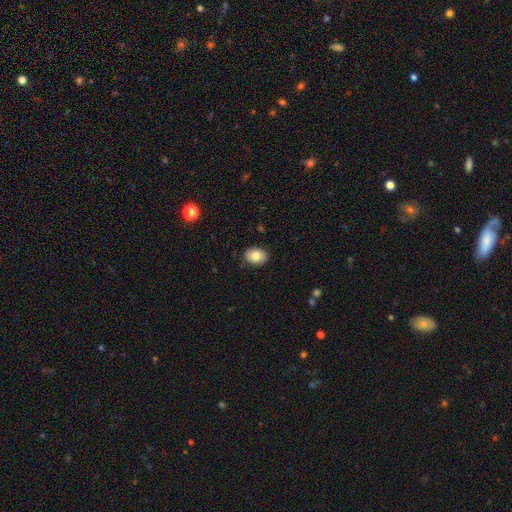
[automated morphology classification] A smooth galaxy with no disk features (80%) that is in between round and cigar-shaped (69%). Merging: none (88%).